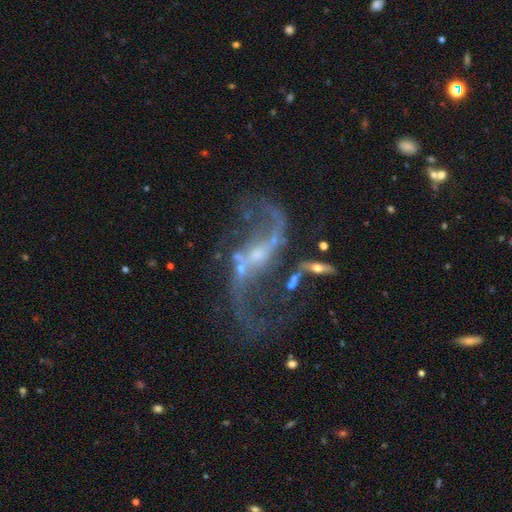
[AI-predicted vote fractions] The model was most divided on "bar": weak: 43%, no: 34%, strong: 23%. Remaining: edge-on disk — no (96%); spiral arms — yes (94%); spiral arm count — 2 (91%); smooth or featured — featured or disk (90%); spiral winding — loose (84%); bulge size — small (58%); merging — none (47%).